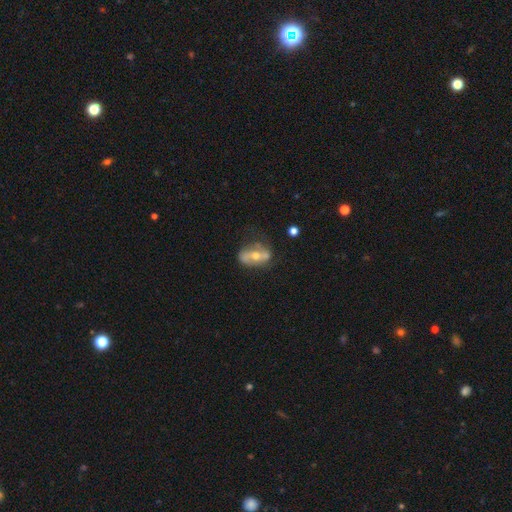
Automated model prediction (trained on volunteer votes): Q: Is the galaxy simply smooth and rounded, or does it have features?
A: featured or disk — 67%.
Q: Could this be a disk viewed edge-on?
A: no — 87%.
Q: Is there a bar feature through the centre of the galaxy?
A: no — 38%.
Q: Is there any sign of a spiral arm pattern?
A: yes — 64%.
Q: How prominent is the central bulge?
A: moderate — 65%.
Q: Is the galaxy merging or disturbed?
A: none — 59%.